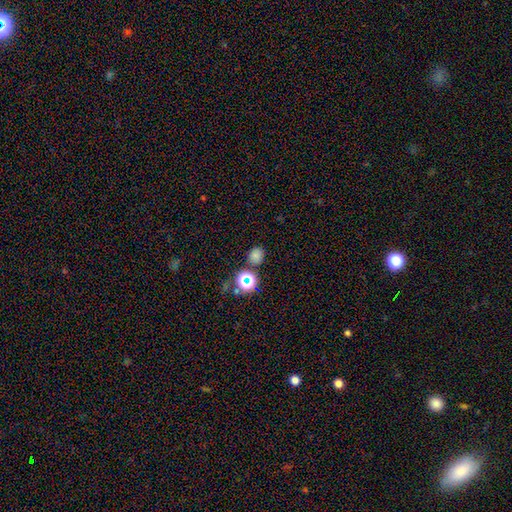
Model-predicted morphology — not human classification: Smooth or featured?
  - smooth: 70% *
  - star or artifact: 24%
  - featured or disk: 5%
How rounded?
  - round: 75% *
  - in between: 24%
  - cigar-shaped: 1%
Merging?
  - none: 80% *
  - minor disturbance: 10%
  - merger: 7%
  - major disturbance: 4%